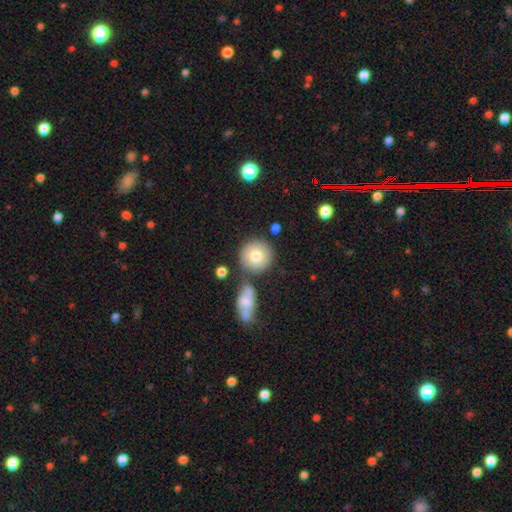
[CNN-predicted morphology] This appears to be a smooth galaxy with no disk features (77%) that is round (93%). Merging: none (72%).